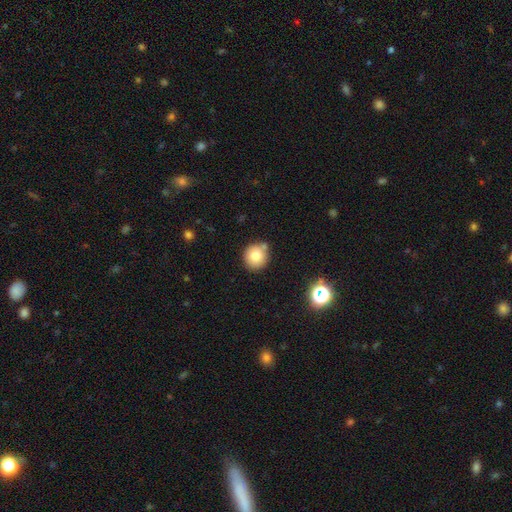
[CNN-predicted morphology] smooth 78%, star or artifact 12%, featured or disk 11%. Down the decision tree: how rounded — round (90%); merging — none (75%).